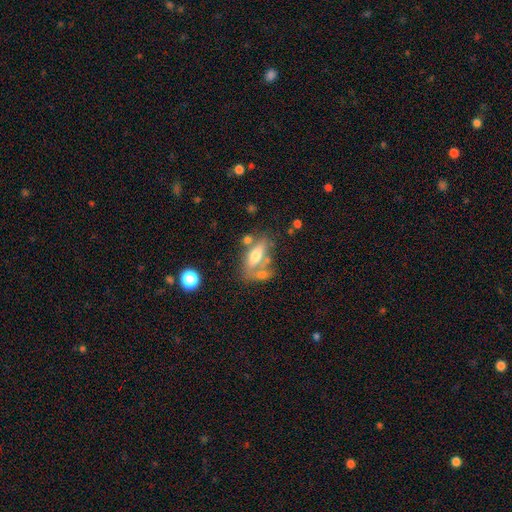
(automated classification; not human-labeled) smooth 52%, featured or disk 39%, star or artifact 8%. Down the decision tree: how rounded — in between (68%); merging — none (46%).